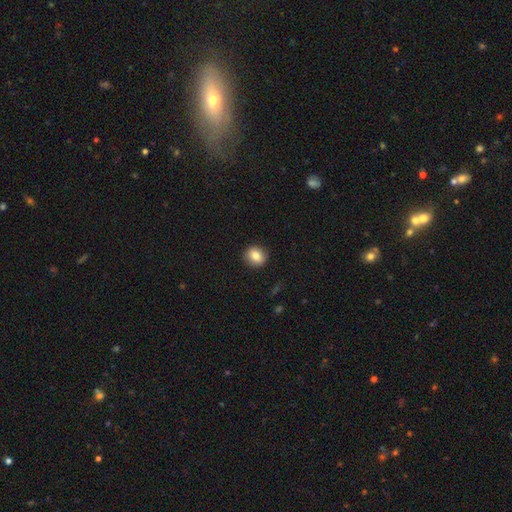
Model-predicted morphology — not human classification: smooth_or_featured: smooth (p=0.81) [alt: featured or disk p=0.10]
how_rounded: round (p=0.77) [alt: in between p=0.22]
merging: none (p=0.89) [alt: minor disturbance p=0.08]